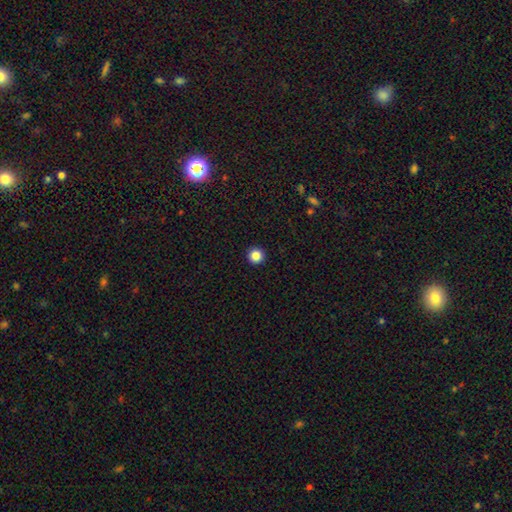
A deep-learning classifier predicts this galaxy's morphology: This is clearly a smooth galaxy (86%). How rounded: clearly round (97%). Merging: clearly none (94%).